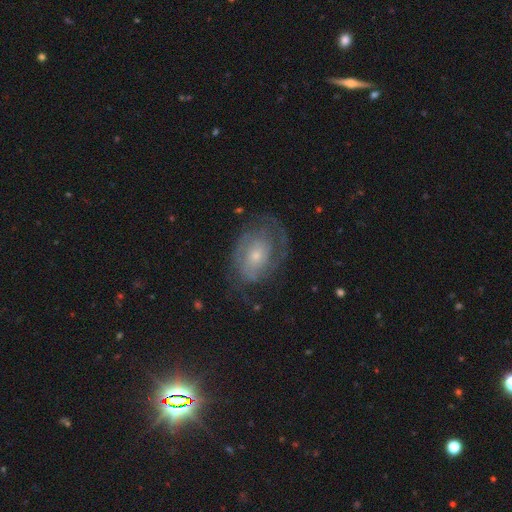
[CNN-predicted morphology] smooth-or-featured: featured or disk: 75% | smooth: 18% | star or artifact: 7%
  disk-edge-on: no: 97% | yes: 3%
    bar: no: 73% | weak: 22% | strong: 5%
    has-spiral-arms: yes: 84% | no: 16%
      spiral-winding: tight: 52% | medium: 34% | loose: 14%
      spiral-arm-count: 2: 42% | can't tell: 34% | 1: 10% | 3: 8% | 4: 3% | more than 4: 3%
    bulge-size: small: 63% | moderate: 31% | large: 3% | none: 2% | dominant: 1%
  merging: none: 61% | minor disturbance: 21% | major disturbance: 17% | merger: 1%